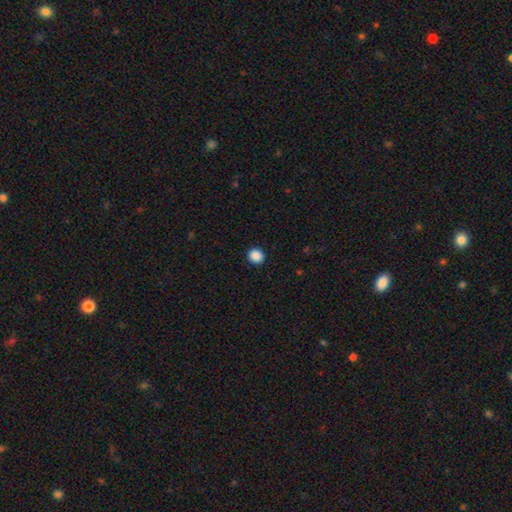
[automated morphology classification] smooth 88%, star or artifact 9%, featured or disk 2%. Down the decision tree: how rounded — round (90%); merging — none (93%).